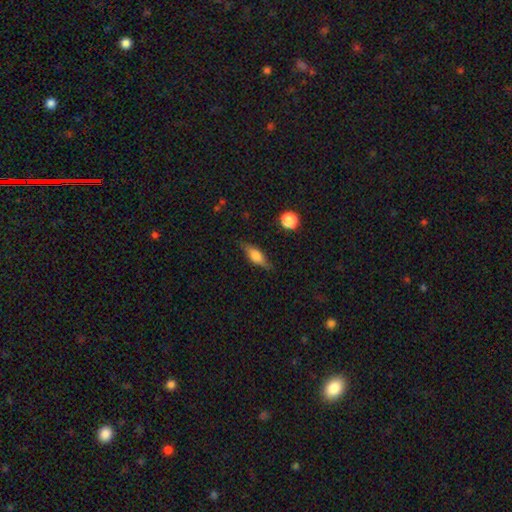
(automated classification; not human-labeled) smooth-or-featured: smooth: 53% | featured or disk: 39% | star or artifact: 8%
  how-rounded: in between: 55% | cigar-shaped: 40% | round: 5%
  merging: none: 79% | minor disturbance: 16% | major disturbance: 4% | merger: 2%